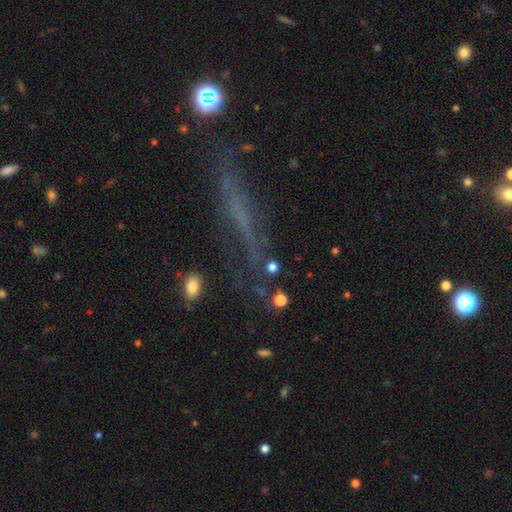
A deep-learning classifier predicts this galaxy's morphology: smooth_or_featured: featured or disk (p=0.47) [alt: smooth p=0.34]
merging: none (p=0.67) [alt: minor disturbance p=0.18]